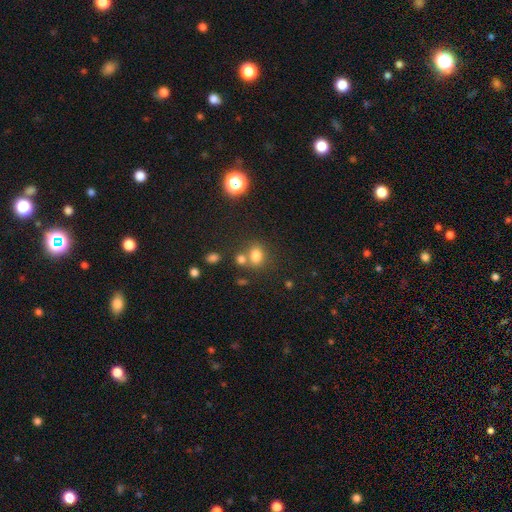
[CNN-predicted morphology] smooth_or_featured: smooth (p=0.76) [alt: star or artifact p=0.15]
how_rounded: round (p=0.50) [alt: in between p=0.49]
merging: none (p=0.55) [alt: merger p=0.28]